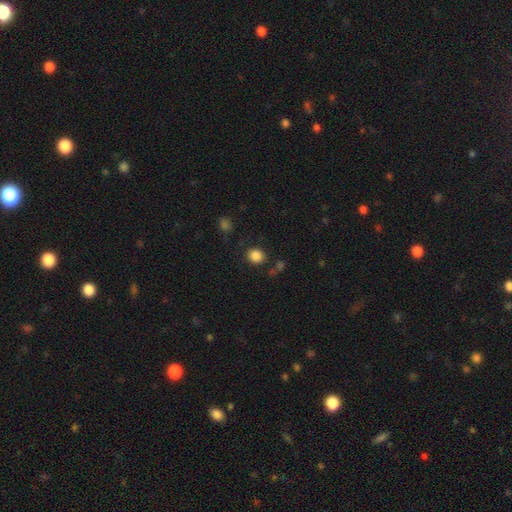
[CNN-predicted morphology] Q: Smooth or featured?
A: smooth (85%); runner-up: star or artifact (11%)
Q: How rounded?
A: round (74%); runner-up: in between (25%)
Q: Merging?
A: none (82%); runner-up: minor disturbance (9%)